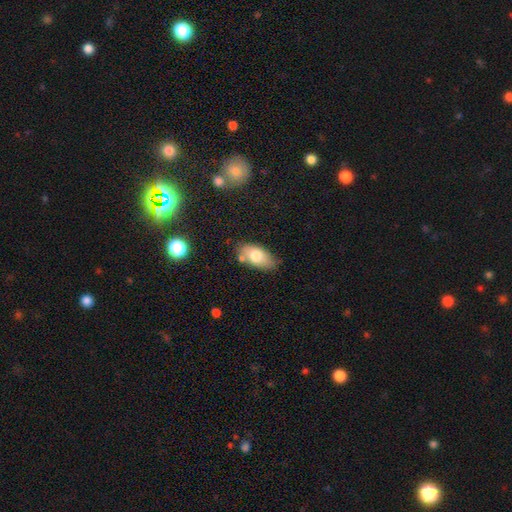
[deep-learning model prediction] Smooth or featured: smooth — 73% (featured or disk — 19%)
How rounded: in between — 93% (round — 4%)
Merging: none — 67% (minor disturbance — 20%)